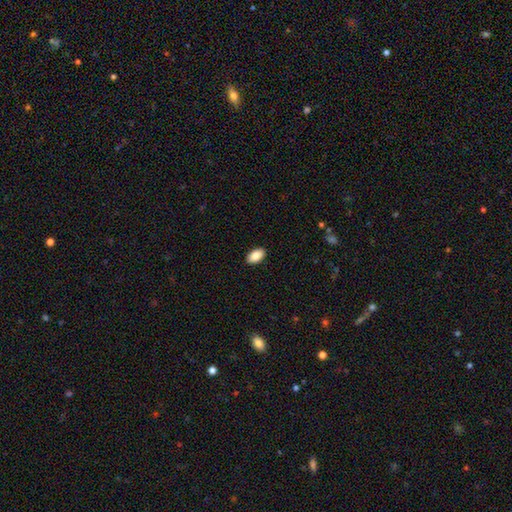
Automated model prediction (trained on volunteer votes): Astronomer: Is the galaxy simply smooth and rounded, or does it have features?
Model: smooth — 88%.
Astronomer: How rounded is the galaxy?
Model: in between — 94%.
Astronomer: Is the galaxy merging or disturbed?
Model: none — 90%.